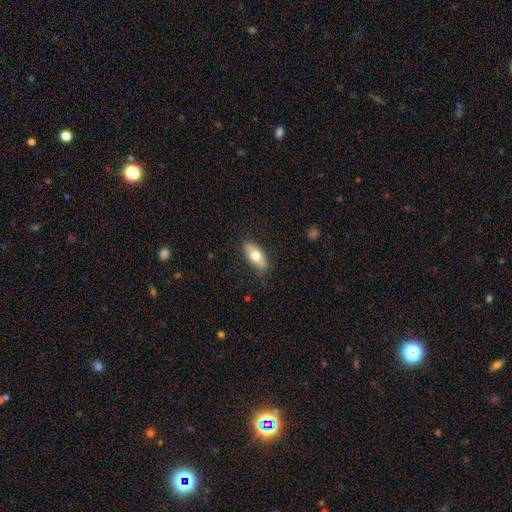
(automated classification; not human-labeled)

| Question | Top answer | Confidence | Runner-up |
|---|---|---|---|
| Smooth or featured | smooth | 64% | featured or disk (29%) |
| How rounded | in between | 80% | cigar-shaped (16%) |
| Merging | none | 82% | minor disturbance (14%) |